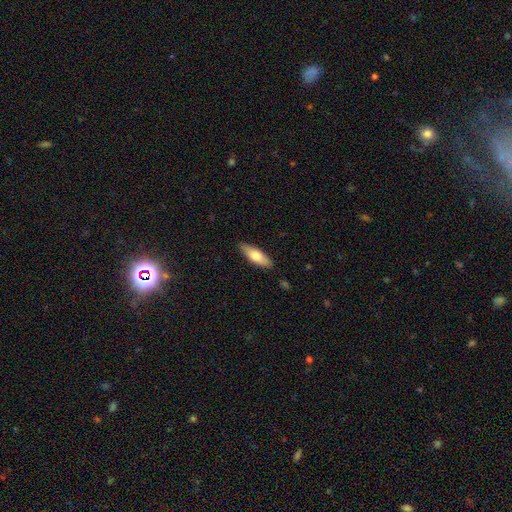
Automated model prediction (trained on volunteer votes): The model was most divided on "how rounded": in between: 57%, cigar-shaped: 41%, round: 2%. More confident: merging — none (88%); smooth or featured — smooth (70%).